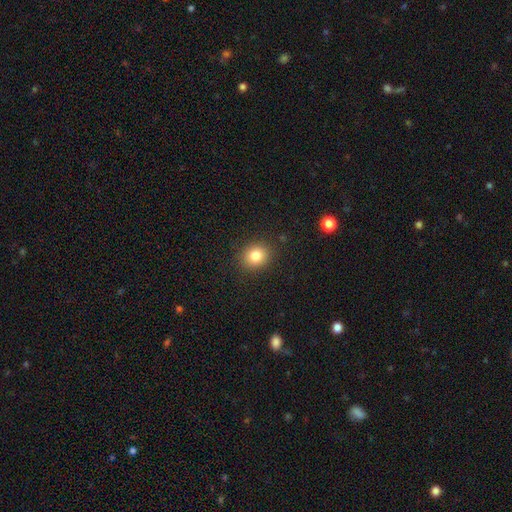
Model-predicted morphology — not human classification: type=smooth (82%); roundness=round (70%); merging=none (89%).